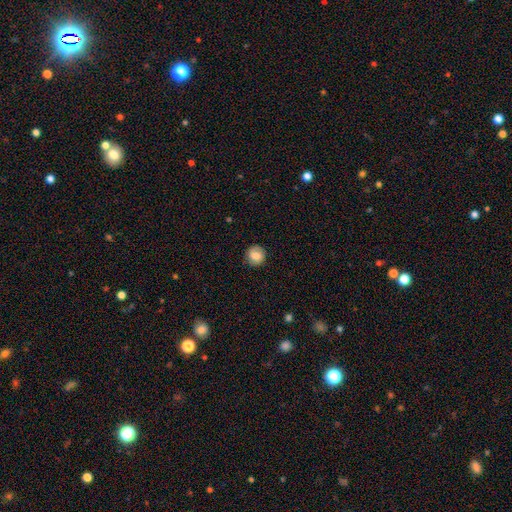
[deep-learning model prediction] Overall: smooth (78%). How rounded: round (90%). Merging: none (85%).